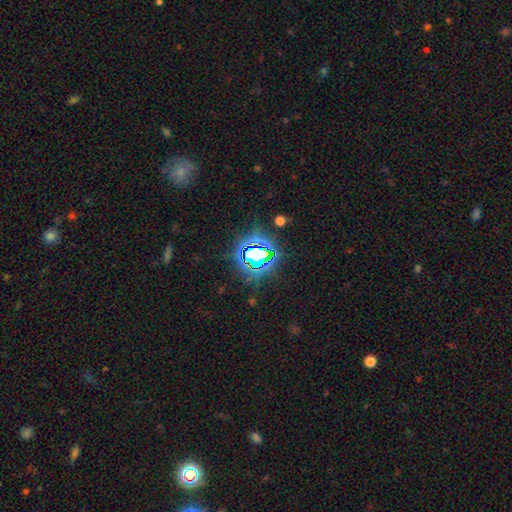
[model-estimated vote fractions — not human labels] Smooth or featured? Predicted: star or artifact (p=0.73).